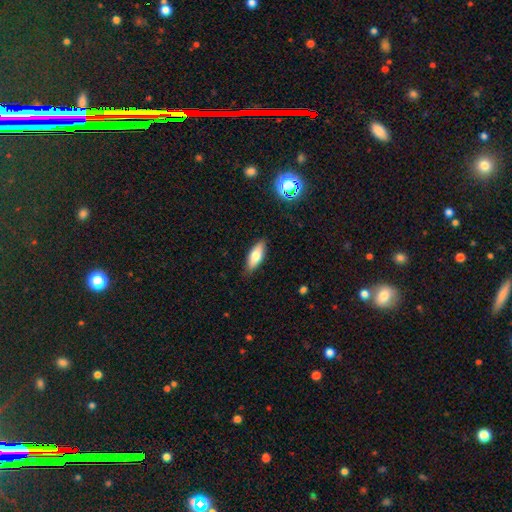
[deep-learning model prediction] Smooth or featured?
  - smooth: 71% *
  - featured or disk: 22%
  - star or artifact: 7%
How rounded?
  - in between: 69% *
  - cigar-shaped: 28%
  - round: 3%
Merging?
  - none: 86% *
  - minor disturbance: 11%
  - major disturbance: 2%
  - merger: 1%